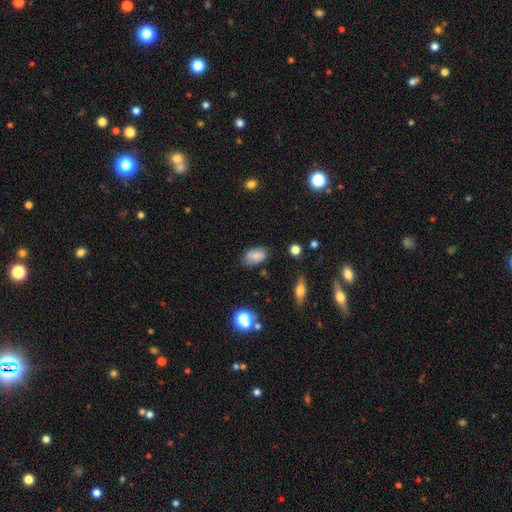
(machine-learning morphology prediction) This appears to be a smooth galaxy with no disk features (77%) that is in between round and cigar-shaped (91%). Merging: none (66%).